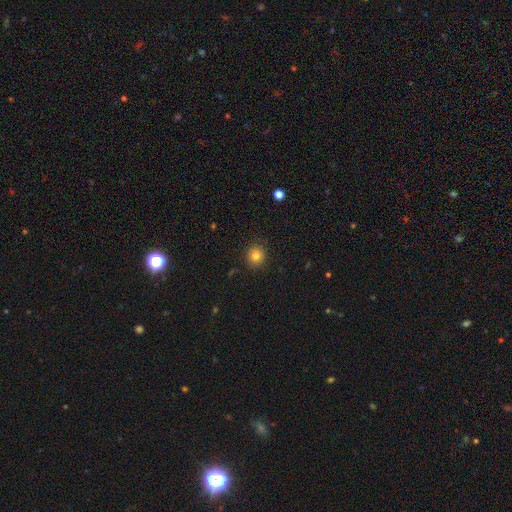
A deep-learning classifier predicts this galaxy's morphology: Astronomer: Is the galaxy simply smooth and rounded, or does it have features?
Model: smooth — 81%.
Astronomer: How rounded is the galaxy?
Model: round — 91%.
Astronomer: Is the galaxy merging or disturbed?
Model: none — 89%.